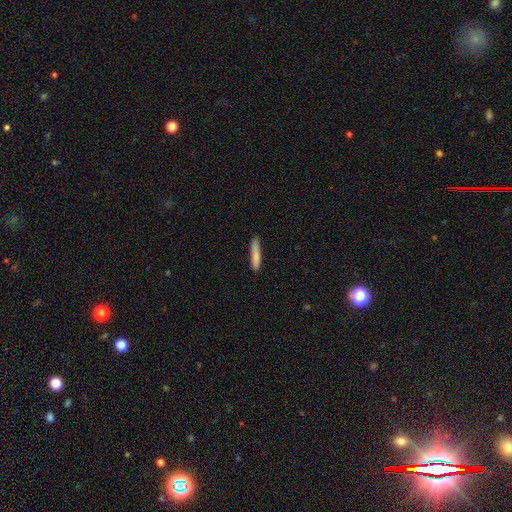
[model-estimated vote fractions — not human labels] Smooth or featured? smooth (83%)
How rounded? cigar-shaped (90%)
Merging? none (86%)